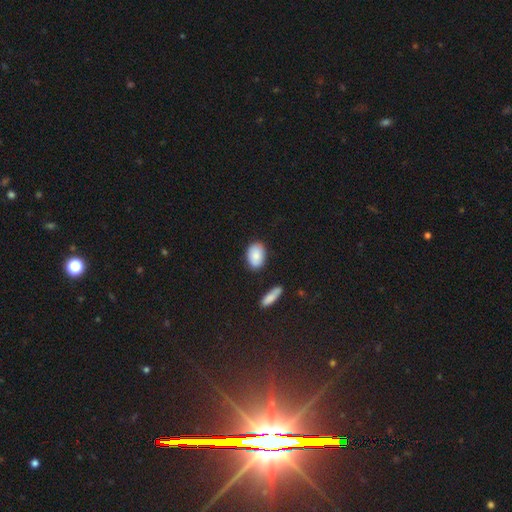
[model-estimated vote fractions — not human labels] A smooth galaxy with no disk features (87%) that is in between round and cigar-shaped (87%).

Vote fractions:
- Smooth or featured? smooth: 87% / featured or disk: 7% / star or artifact: 6%
- How rounded? in between: 87% / round: 11% / cigar-shaped: 2%
- Merging? none: 80% / minor disturbance: 13% / merger: 4% / major disturbance: 3%